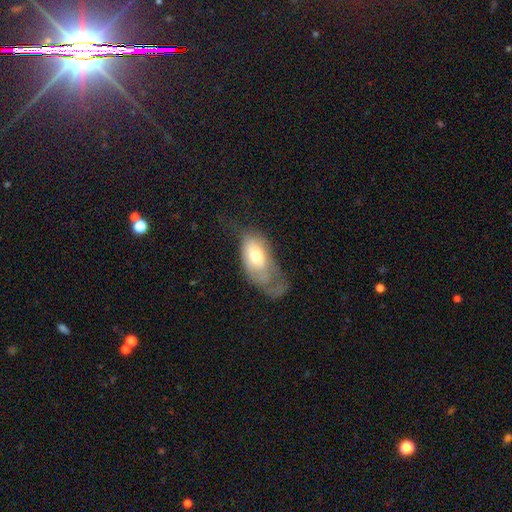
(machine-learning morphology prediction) Smooth or featured? smooth (62%)
How rounded? in between (90%)
Merging? major disturbance (49%)